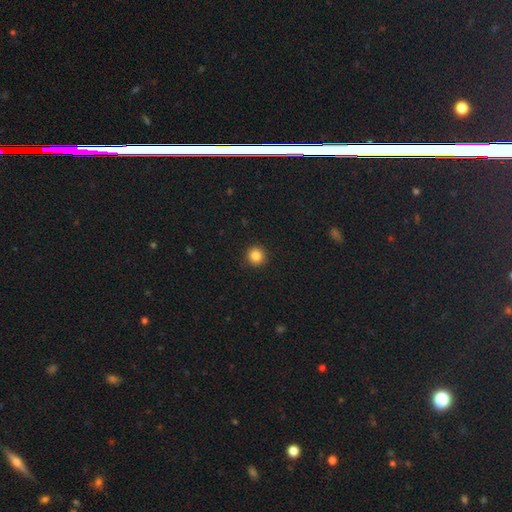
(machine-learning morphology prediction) Overall: smooth (85%). How rounded: round (95%). Merging: none (93%).